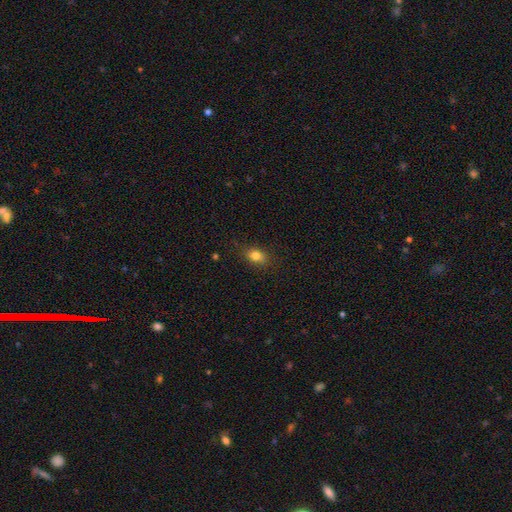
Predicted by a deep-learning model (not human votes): Smooth or featured? smooth (81%)
How rounded? in between (65%)
Merging? none (84%)